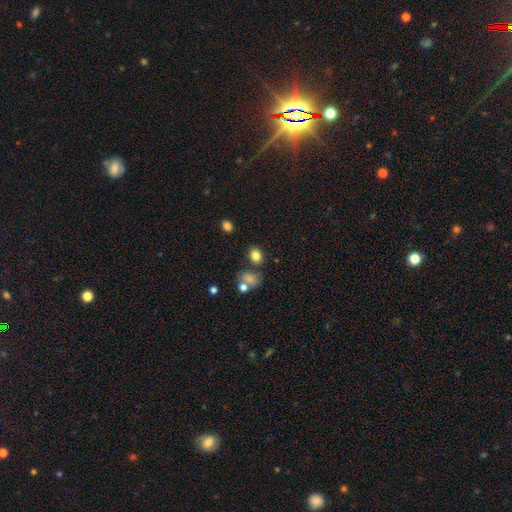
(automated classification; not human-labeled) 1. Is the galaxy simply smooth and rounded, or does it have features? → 82% smooth, 12% star or artifact, 6% featured or disk.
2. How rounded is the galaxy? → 52% in between, 47% round, 1% cigar-shaped.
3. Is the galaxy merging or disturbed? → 73% none, 12% minor disturbance, 10% merger, 4% major disturbance.